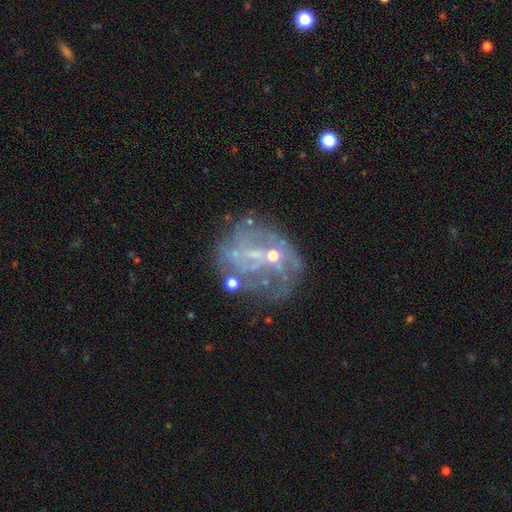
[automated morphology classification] A featured or disk galaxy (72%) with no bar (52%), spiral arms (53%) and a small central bulge (52%).

Vote fractions:
- Smooth or featured? featured or disk: 72% / star or artifact: 16% / smooth: 13%
- Edge-on disk? no: 98% / yes: 2%
- Bar? no: 52% / weak: 36% / strong: 12%
- Spiral arms? yes: 53% / no: 47%
- Bulge size? small: 52% / none: 28% / moderate: 17% / large: 1% / dominant: 1%
- Merging? none: 50% / major disturbance: 24% / minor disturbance: 18% / merger: 8%